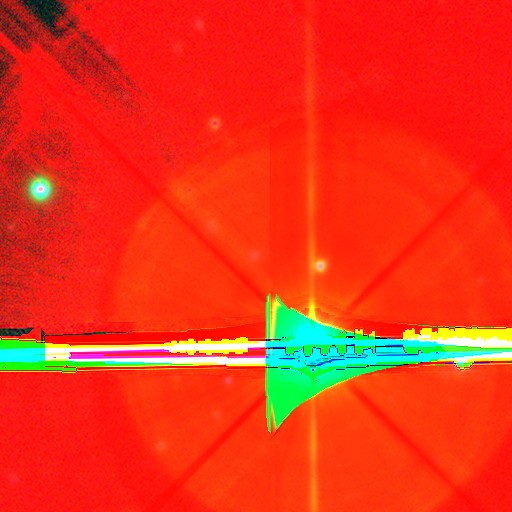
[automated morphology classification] Overall: star or artifact (90%).